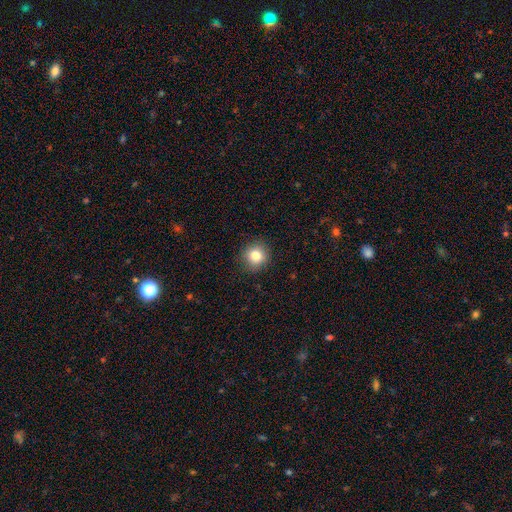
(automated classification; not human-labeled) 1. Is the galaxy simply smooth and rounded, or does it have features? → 82% smooth, 11% star or artifact, 7% featured or disk.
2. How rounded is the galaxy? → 91% round, 8% in between, 1% cigar-shaped.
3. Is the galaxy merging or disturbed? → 90% none, 7% minor disturbance, 2% major disturbance, 1% merger.